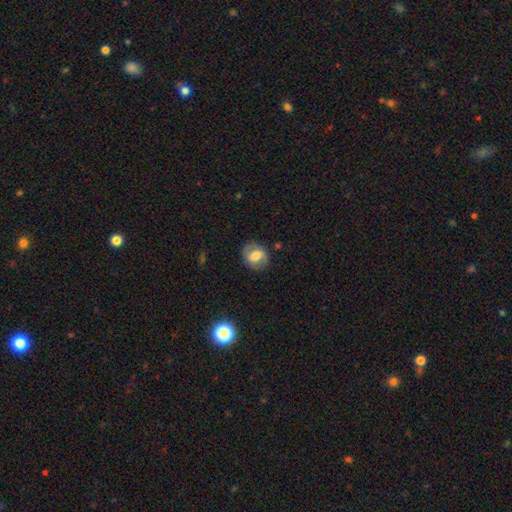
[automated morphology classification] type=smooth (61%); roundness=round (57%); merging=none (80%).